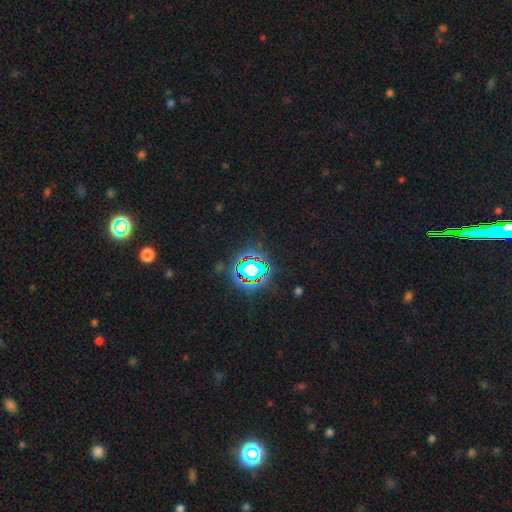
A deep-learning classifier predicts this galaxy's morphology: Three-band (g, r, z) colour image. It shows a star or artifact, not a galaxy (81%).